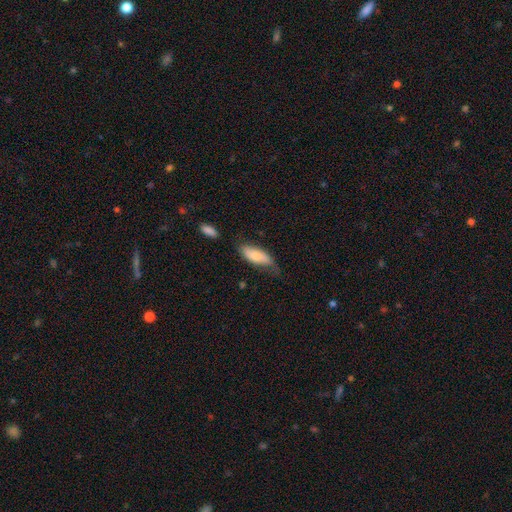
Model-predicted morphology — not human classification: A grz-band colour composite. It shows a smooth galaxy with no disk features (72%) that is in between round and cigar-shaped (77%). Merging: none (50%).